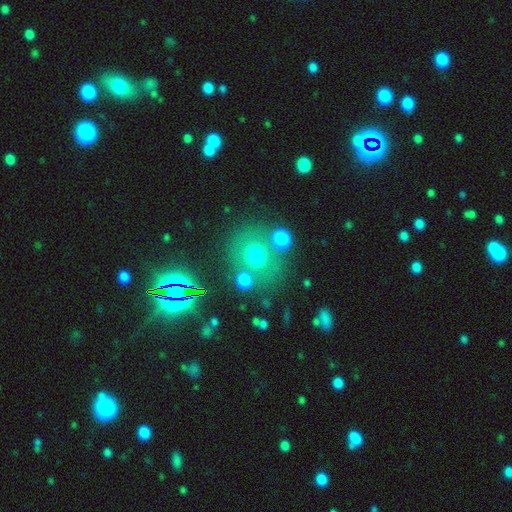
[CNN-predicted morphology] Smooth or featured? smooth (65%)
How rounded? round (72%)
Merging? none (67%)